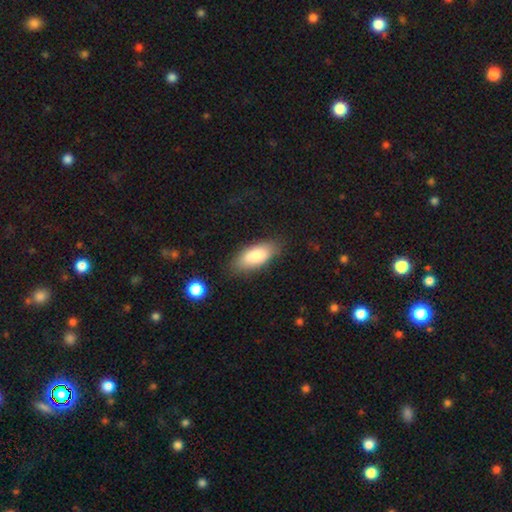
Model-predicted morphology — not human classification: Smooth or featured? Predicted: smooth (p=0.83). How rounded? Predicted: in between (p=0.83). Merging? Predicted: none (p=0.80).